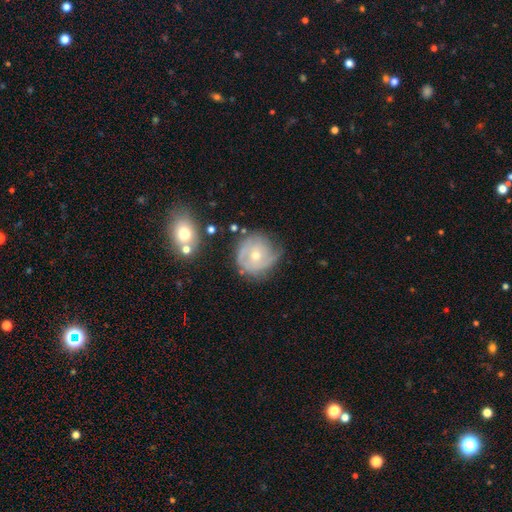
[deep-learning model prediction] Q: Smooth or featured?
A: featured or disk (67%); runner-up: smooth (25%)
Q: Edge-on disk?
A: no (97%); runner-up: yes (3%)
Q: Bar?
A: no (75%); runner-up: weak (21%)
Q: Spiral arms?
A: yes (81%); runner-up: no (19%)
Q: Spiral winding?
A: tight (58%); runner-up: medium (29%)
Q: Spiral arm count?
A: can't tell (38%); runner-up: 2 (30%)
Q: Bulge size?
A: moderate (51%); runner-up: small (45%)
Q: Merging?
A: none (57%); runner-up: minor disturbance (27%)